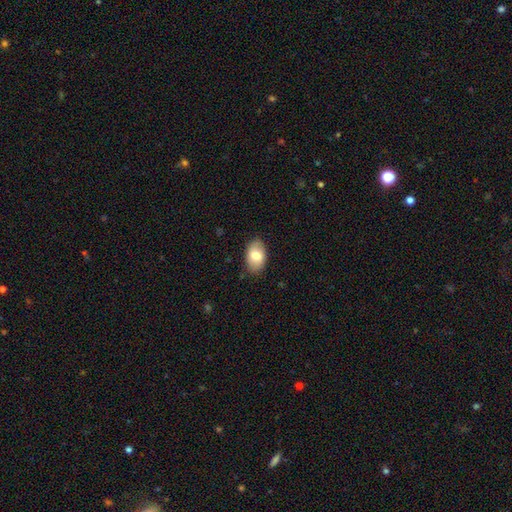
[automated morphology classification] Smooth or featured? Predicted: smooth (p=0.77). How rounded? Predicted: in between (p=0.91). Merging? Predicted: none (p=0.84).